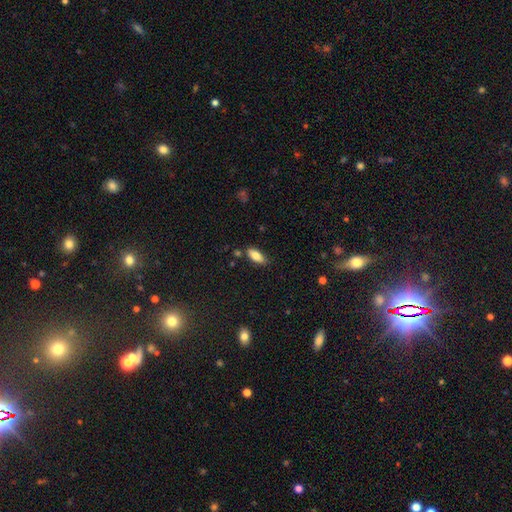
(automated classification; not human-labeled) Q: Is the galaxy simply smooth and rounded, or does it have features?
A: smooth — 80%.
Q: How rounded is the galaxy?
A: in between — 80%.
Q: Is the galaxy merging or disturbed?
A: none — 79%.